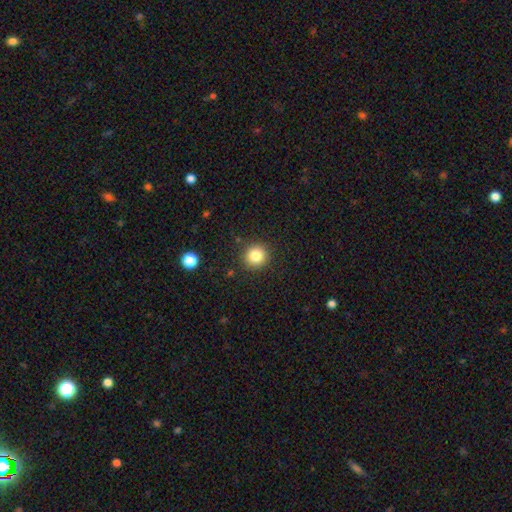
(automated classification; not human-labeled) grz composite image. It shows a smooth galaxy with no disk features (82%) that is round (93%). Merging: none (90%).